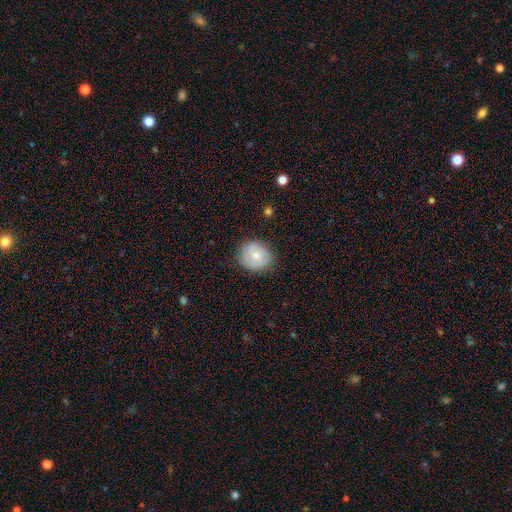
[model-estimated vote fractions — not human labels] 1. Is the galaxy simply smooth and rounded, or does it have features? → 51% smooth, 42% featured or disk, 7% star or artifact.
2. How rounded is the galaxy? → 80% round, 19% in between, 1% cigar-shaped.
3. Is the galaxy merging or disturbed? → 82% none, 14% minor disturbance, 3% major disturbance, 1% merger.